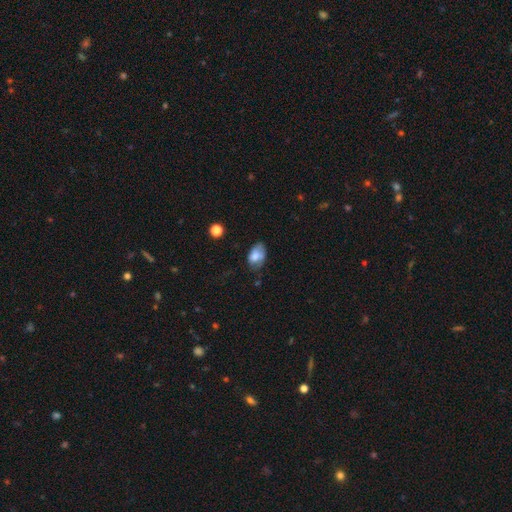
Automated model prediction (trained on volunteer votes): Q: Smooth or featured?
A: smooth (70%); runner-up: featured or disk (20%)
Q: How rounded?
A: in between (86%); runner-up: round (13%)
Q: Merging?
A: none (45%); runner-up: minor disturbance (35%)